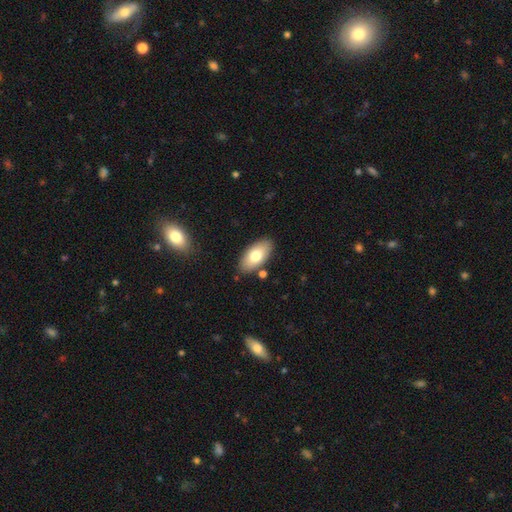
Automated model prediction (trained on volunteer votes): smooth 74%, featured or disk 20%, star or artifact 7%. Down the decision tree: how rounded — in between (92%); merging — none (84%).